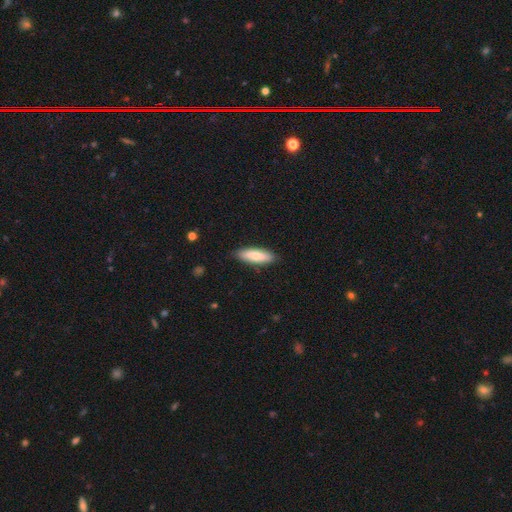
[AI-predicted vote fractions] This is likely a smooth galaxy (77%). How rounded: possibly in between (52%). Merging: clearly none (86%).